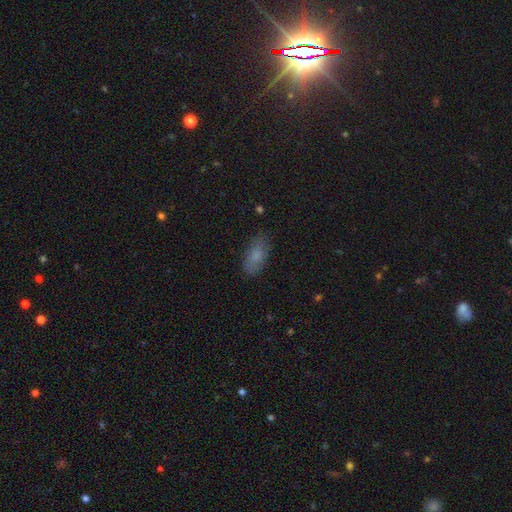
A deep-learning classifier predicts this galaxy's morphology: Smooth or featured? smooth (78%)
How rounded? in between (84%)
Merging? none (79%)